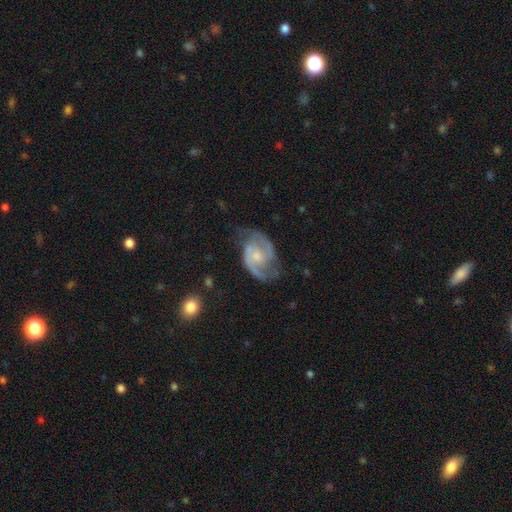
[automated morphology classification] Overall: featured or disk (87%). Edge-on disk: no (98%). Bar: no (55%; weak 38%). Spiral arms: yes (96%). Spiral arm count: 2 (89%). Spiral winding: medium (56%; tight 25%). Bulge size: small (44%; moderate 42%). Merging: none (64%).